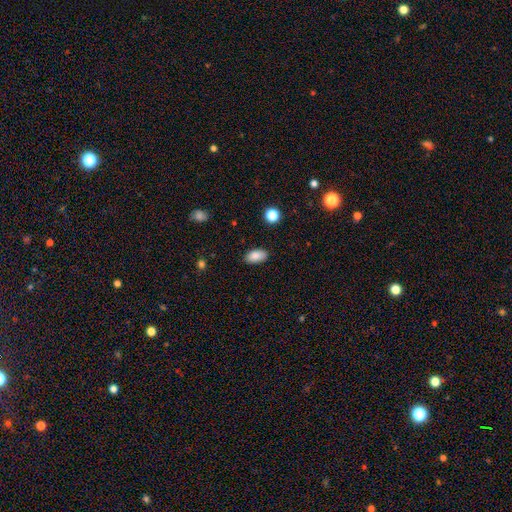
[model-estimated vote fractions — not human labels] The model was most divided on "merging": none: 87%, minor disturbance: 9%, major disturbance: 2%, merger: 1%. More confident: how rounded — in between (94%); smooth or featured — smooth (87%).